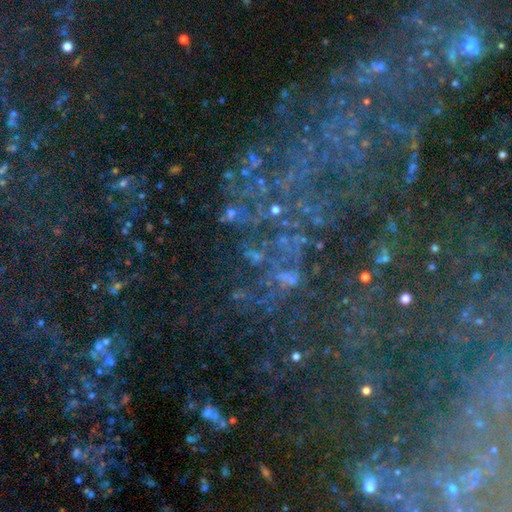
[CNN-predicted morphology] This is likely a star or artifact rather than a galaxy (64%).